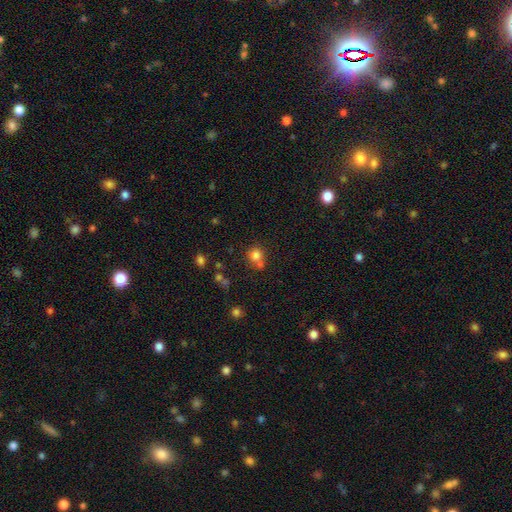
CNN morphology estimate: Q: Smooth or featured?
A: smooth (79%); runner-up: star or artifact (13%)
Q: How rounded?
A: round (86%); runner-up: in between (13%)
Q: Merging?
A: none (55%); runner-up: merger (31%)